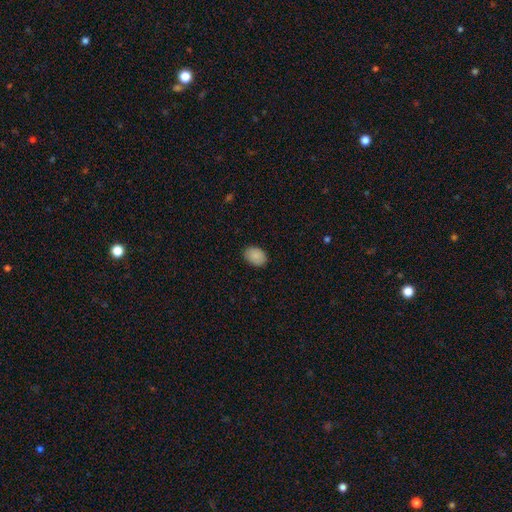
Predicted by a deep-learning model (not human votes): The model was most divided on "how rounded": in between: 74%, round: 25%, cigar-shaped: 1%. More confident: smooth or featured — smooth (89%); merging — none (88%).